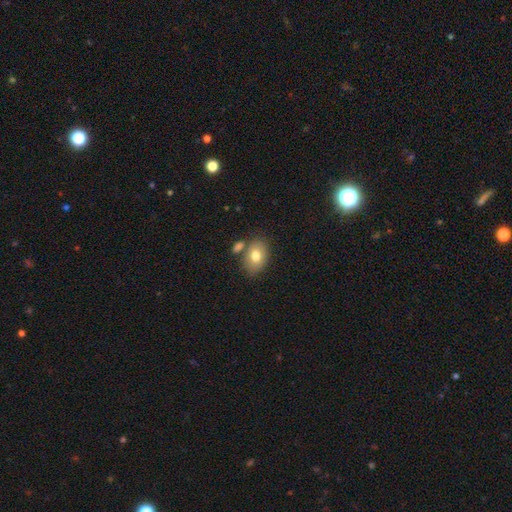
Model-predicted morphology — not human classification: Smooth or featured? smooth (76%)
How rounded? in between (80%)
Merging? none (66%)